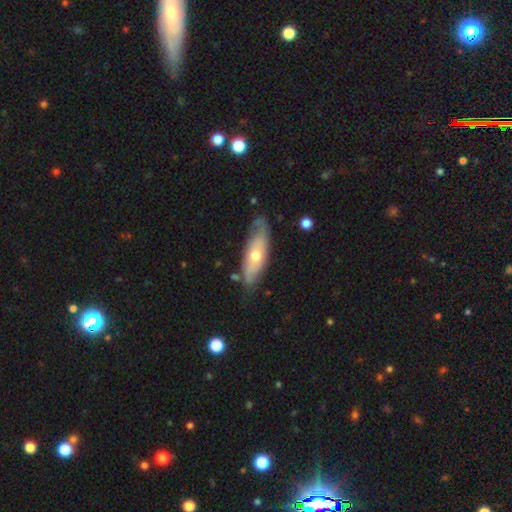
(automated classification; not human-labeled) The model was most divided on "smooth or featured": featured or disk: 54%, smooth: 40%, star or artifact: 6%. More confident: edge-on disk — no (69%); merging — none (68%).